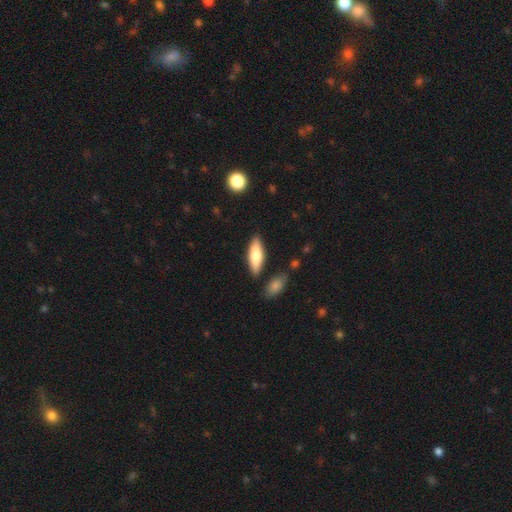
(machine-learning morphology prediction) Smooth or featured? smooth (72%)
How rounded? in between (58%)
Merging? none (83%)